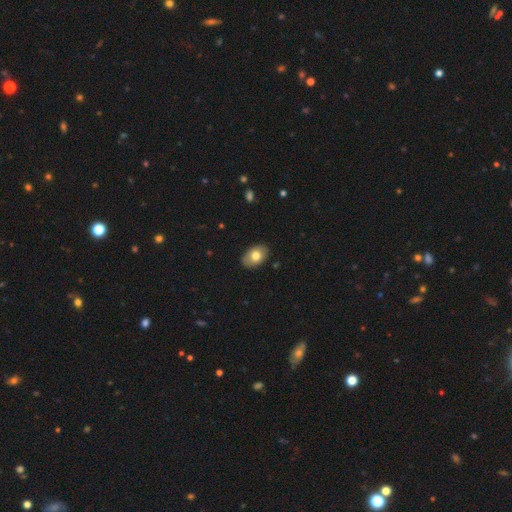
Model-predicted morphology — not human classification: A smooth galaxy with no disk features (75%) that is in between round and cigar-shaped (88%).

Vote fractions:
- Smooth or featured? smooth: 75% / featured or disk: 18% / star or artifact: 7%
- How rounded? in between: 88% / round: 11% / cigar-shaped: 1%
- Merging? none: 84% / minor disturbance: 12% / major disturbance: 2% / merger: 1%